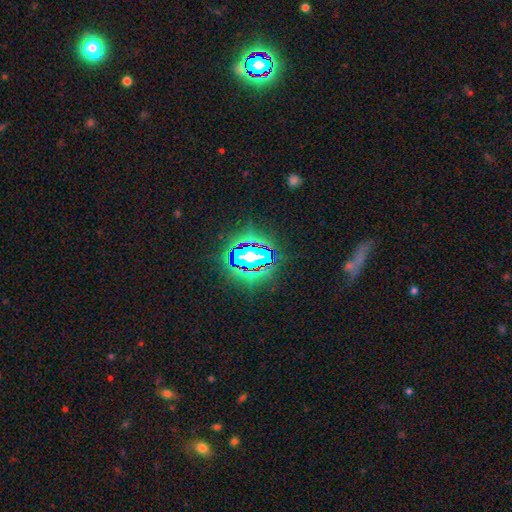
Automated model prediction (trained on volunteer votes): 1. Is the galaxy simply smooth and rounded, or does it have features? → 74% star or artifact, 14% smooth, 12% featured or disk.